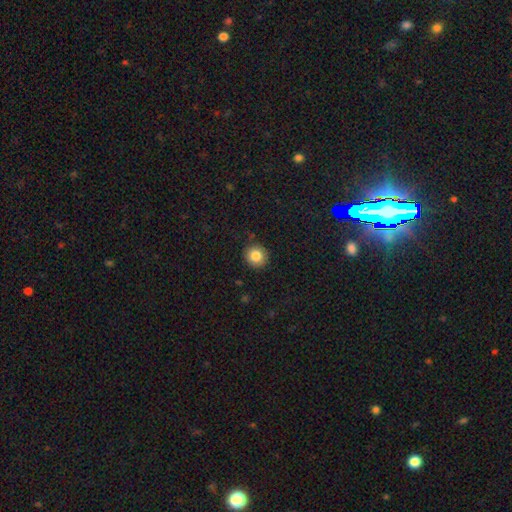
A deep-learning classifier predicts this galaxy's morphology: Overall: smooth (84%). How rounded: round (90%). Merging: none (90%).